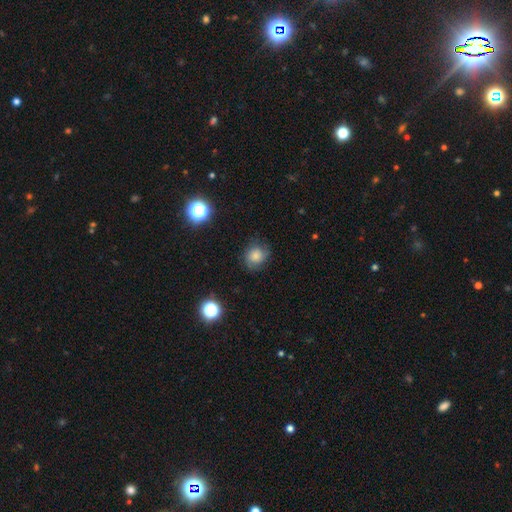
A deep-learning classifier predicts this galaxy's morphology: Overall: smooth (67%). How rounded: round (76%). Merging: none (71%).